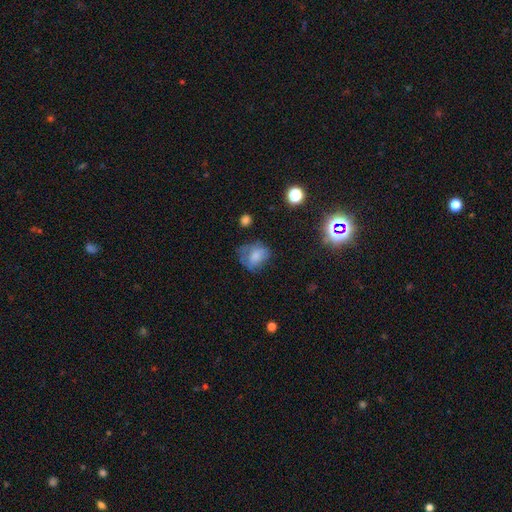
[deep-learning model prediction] smooth_or_featured: smooth (p=0.65) [alt: featured or disk p=0.23]
how_rounded: round (p=0.49) [tied with: in between p=0.49]
merging: none (p=0.44) [alt: minor disturbance p=0.30]